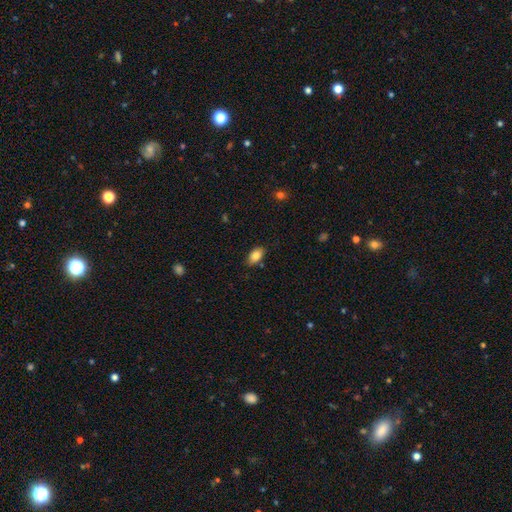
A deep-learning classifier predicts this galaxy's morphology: smooth_or_featured: smooth (p=0.85) [alt: star or artifact p=0.08]
how_rounded: in between (p=0.92) [alt: round p=0.06]
merging: none (p=0.82) [alt: minor disturbance p=0.13]